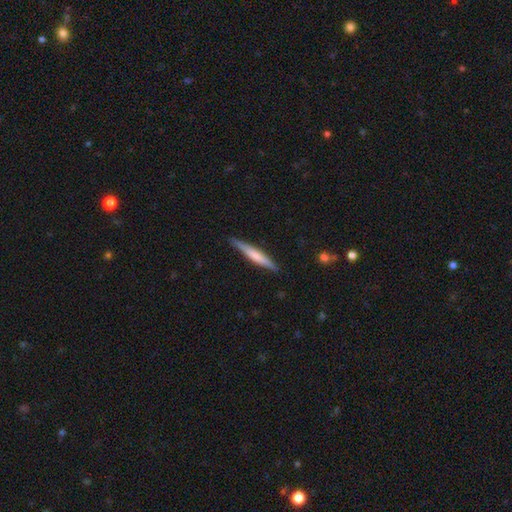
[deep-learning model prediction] Overall: smooth (49%; featured or disk 46%). Merging: none (88%).